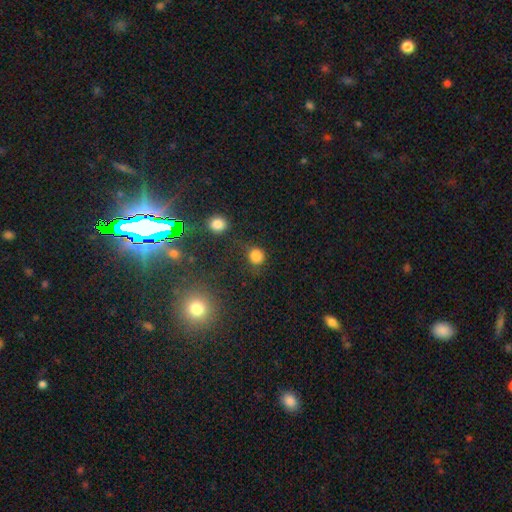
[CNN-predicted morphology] Smooth or featured? smooth (82%)
How rounded? round (86%)
Merging? none (72%)